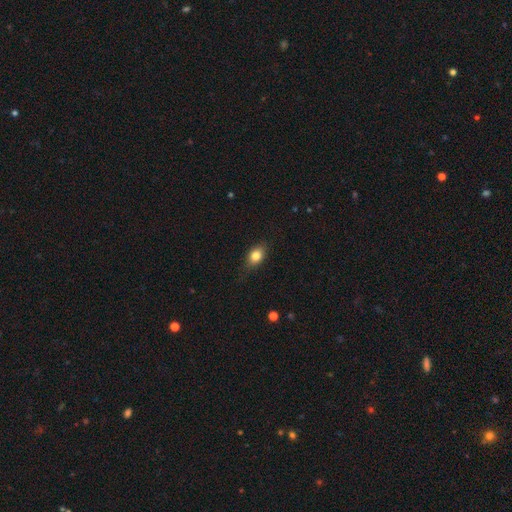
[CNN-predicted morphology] smooth-or-featured: smooth: 81% | featured or disk: 10% | star or artifact: 9%
  how-rounded: in between: 72% | round: 25% | cigar-shaped: 3%
  merging: none: 76% | minor disturbance: 19% | major disturbance: 4% | merger: 1%